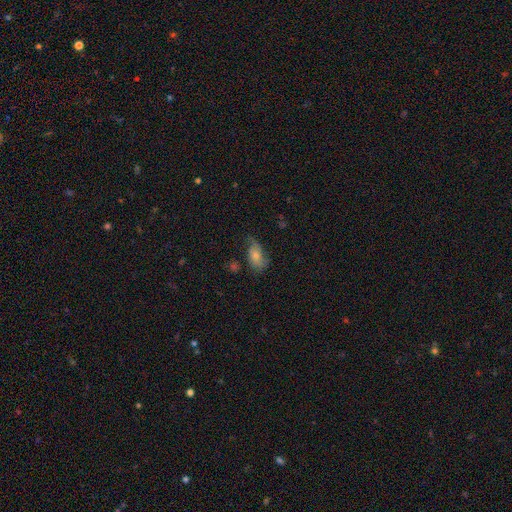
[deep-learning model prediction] Smooth or featured? smooth (64%)
How rounded? in between (90%)
Merging? none (47%)